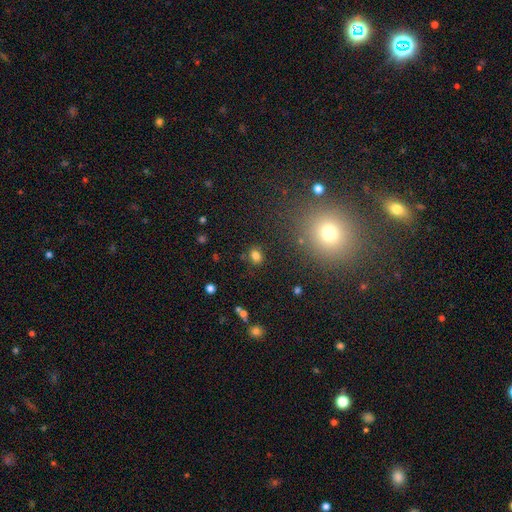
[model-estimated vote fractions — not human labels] Overall: smooth (78%). How rounded: in between (57%; round 42%). Merging: none (81%).